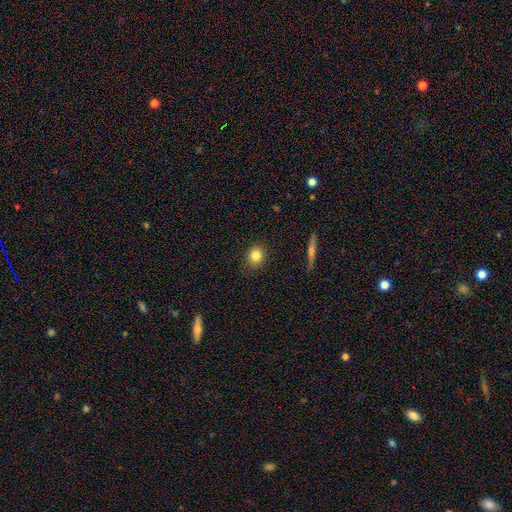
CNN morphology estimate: A smooth galaxy with no disk features (82%) that is round (77%). Merging: none (88%).